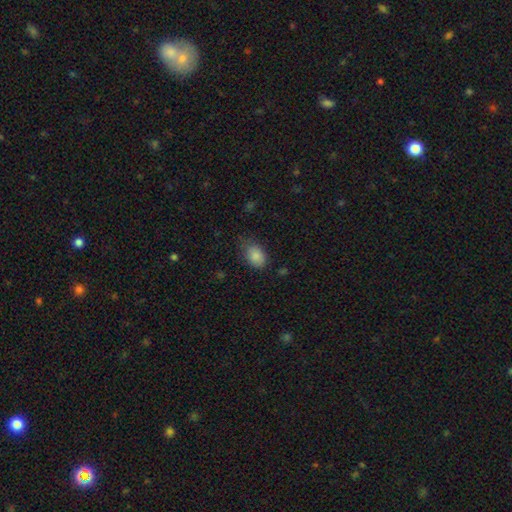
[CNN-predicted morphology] smooth-or-featured: smooth: 86% | star or artifact: 8% | featured or disk: 6%
  how-rounded: in between: 85% | round: 14% | cigar-shaped: 1%
  merging: none: 63% | minor disturbance: 28% | major disturbance: 7% | merger: 1%